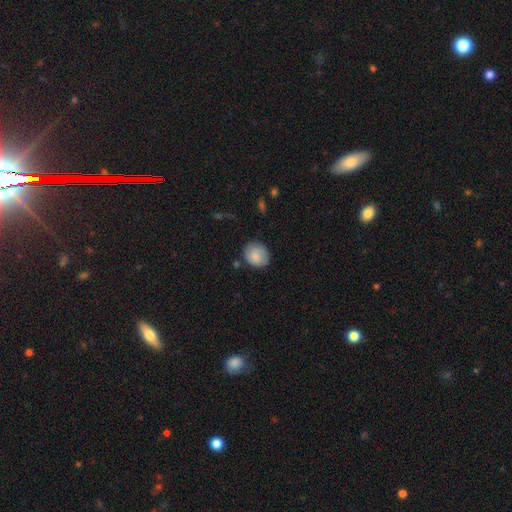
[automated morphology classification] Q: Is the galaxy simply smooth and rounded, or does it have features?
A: smooth — 79%.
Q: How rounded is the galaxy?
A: round — 69%.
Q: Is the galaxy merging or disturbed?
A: none — 75%.